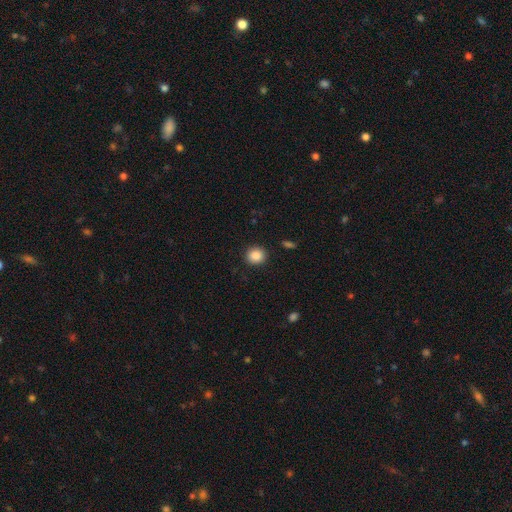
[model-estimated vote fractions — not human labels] Smooth or featured?
  - smooth: 88% *
  - star or artifact: 9%
  - featured or disk: 3%
How rounded?
  - round: 84% *
  - in between: 15%
  - cigar-shaped: 1%
Merging?
  - none: 90% *
  - minor disturbance: 7%
  - major disturbance: 2%
  - merger: 1%